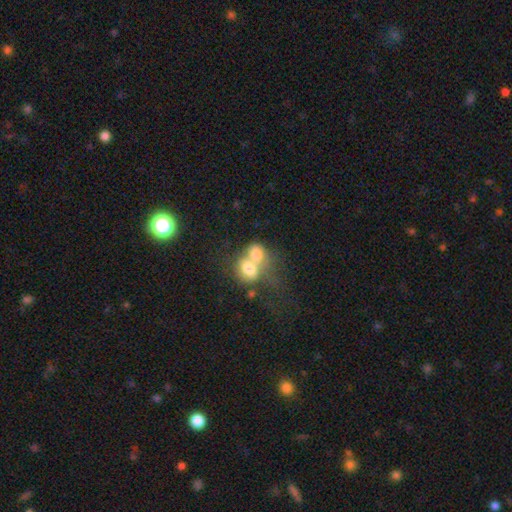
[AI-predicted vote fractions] A smooth galaxy with no disk features (68%) that is round (50%).

Vote fractions:
- Smooth or featured? smooth: 68% / featured or disk: 22% / star or artifact: 10%
- How rounded? round: 50% / in between: 48% / cigar-shaped: 1%
- Merging? merger: 73% / none: 16% / minor disturbance: 6% / major disturbance: 5%